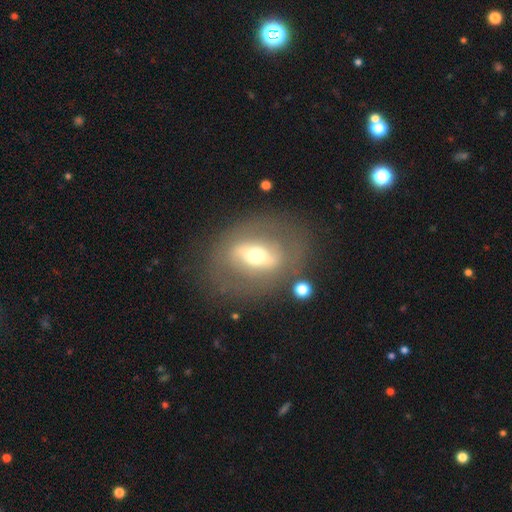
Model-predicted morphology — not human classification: Smooth or featured?
  - featured or disk: 62% *
  - smooth: 30%
  - star or artifact: 8%
Edge-on disk?
  - no: 85% *
  - yes: 15%
Bar?
  - strong: 54% *
  - weak: 27%
  - no: 20%
Spiral arms?
  - no: 77% *
  - yes: 23%
Bulge size?
  - moderate: 66% *
  - small: 16%
  - large: 15%
  - dominant: 2%
  - none: 1%
Merging?
  - none: 75% *
  - minor disturbance: 13%
  - major disturbance: 9%
  - merger: 3%